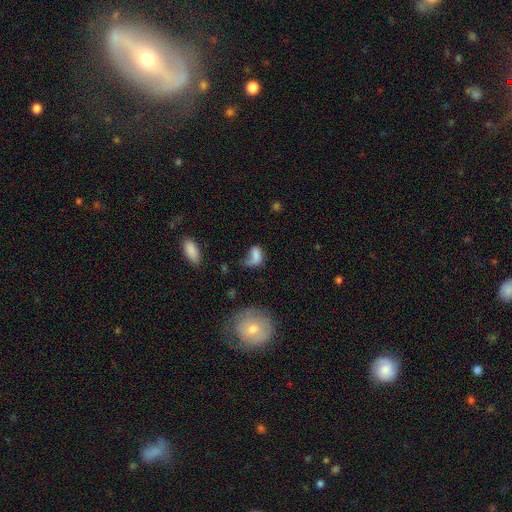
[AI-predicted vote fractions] Smooth or featured: smooth — 68% (featured or disk — 21%)
How rounded: in between — 83% (round — 14%)
Merging: major disturbance — 39% (none — 27%)